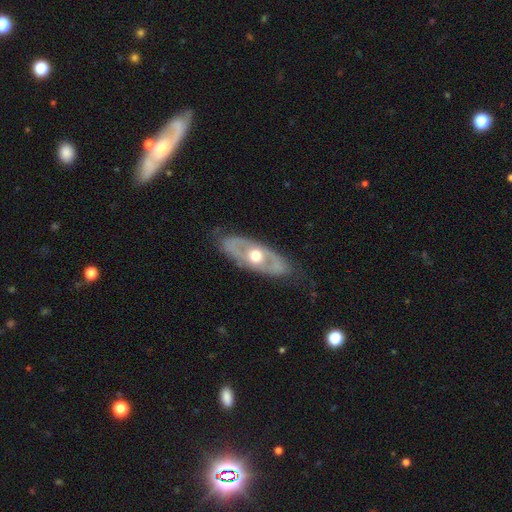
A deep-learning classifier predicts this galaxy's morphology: smooth-or-featured: featured or disk: 66% | smooth: 30% | star or artifact: 4%
  disk-edge-on: no: 80% | yes: 20%
    bar: no: 85% | weak: 11% | strong: 4%
    has-spiral-arms: no: 77% | yes: 23%
    bulge-size: moderate: 73% | large: 18% | small: 7% | dominant: 1% | none: 1%
  merging: none: 79% | minor disturbance: 15% | major disturbance: 5% | merger: 1%